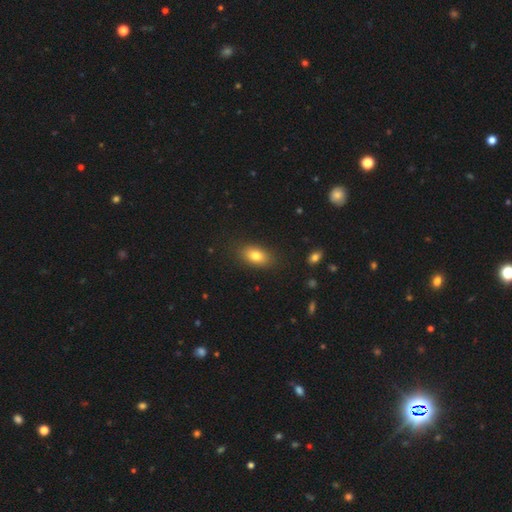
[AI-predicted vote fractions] Smooth or featured? smooth (80%)
How rounded? in between (86%)
Merging? none (85%)